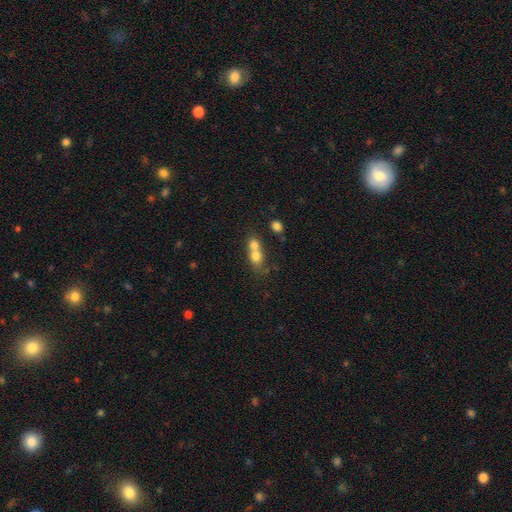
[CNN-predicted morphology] Smooth or featured? Predicted: smooth (p=0.71). How rounded? Predicted: round (p=0.56). Merging? Predicted: merger (p=0.70).